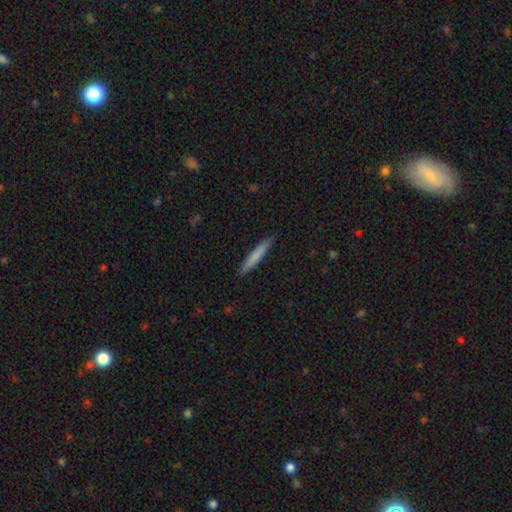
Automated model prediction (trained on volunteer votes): A smooth galaxy with no disk features (73%) that is cigar-shaped (96%).

Vote fractions:
- Smooth or featured? smooth: 73% / featured or disk: 22% / star or artifact: 6%
- How rounded? cigar-shaped: 96% / in between: 3% / round: 1%
- Merging? none: 89% / minor disturbance: 8% / major disturbance: 2% / merger: 1%